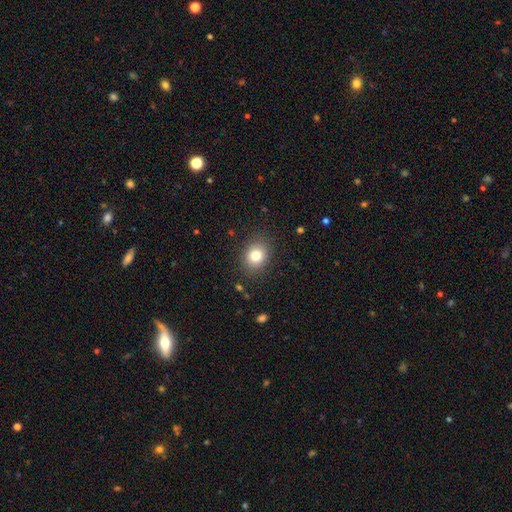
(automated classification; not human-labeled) This is clearly a smooth galaxy (80%). How rounded: likely round (62%). Merging: clearly none (87%).